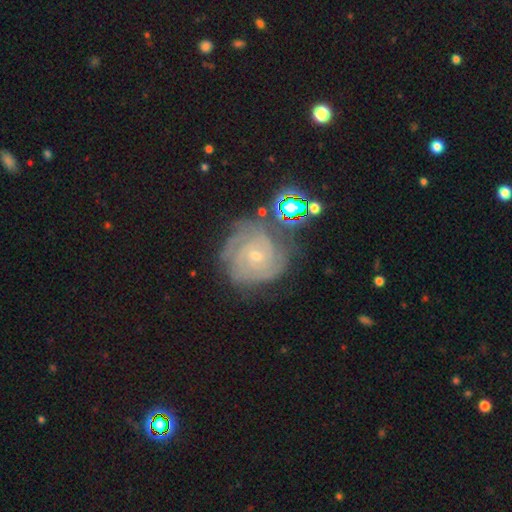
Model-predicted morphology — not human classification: A featured or disk galaxy (83%) with no bar (69%), tight (79%) spiral arms (96%) and a small central bulge (73%). Merging: none (69%).